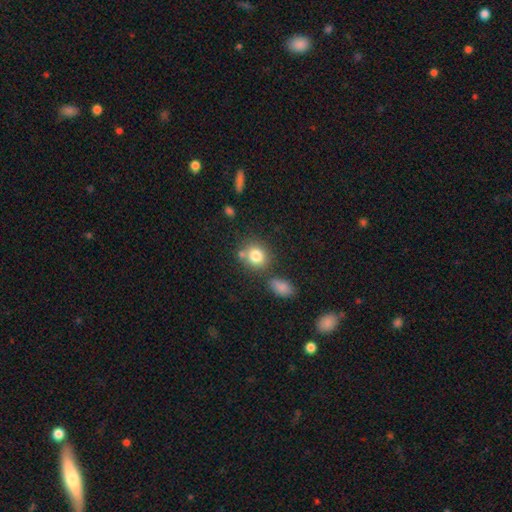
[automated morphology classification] This appears to be a smooth galaxy with no disk features (80%) that is round (77%). Merging: none (64%).